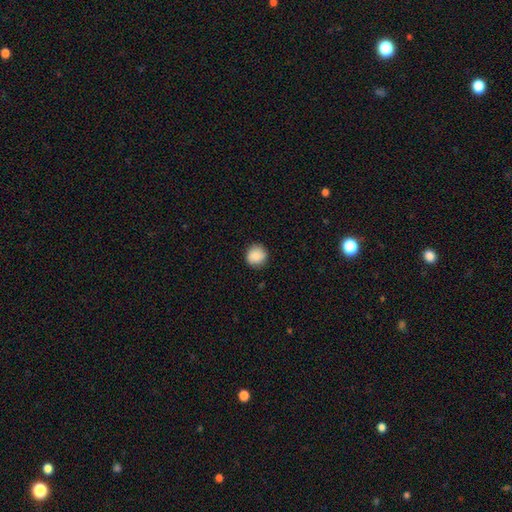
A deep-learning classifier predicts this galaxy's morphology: type=smooth (87%); roundness=round (93%); merging=none (89%).